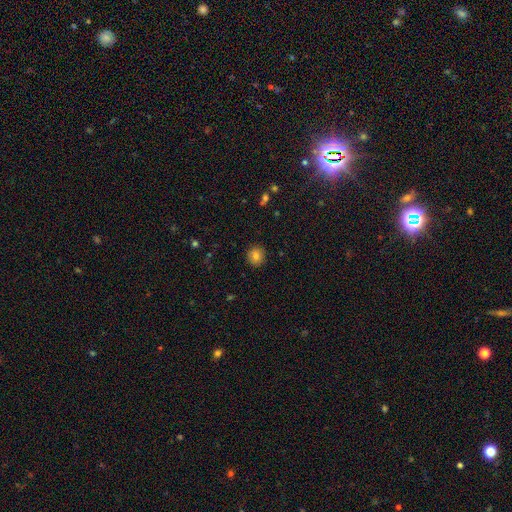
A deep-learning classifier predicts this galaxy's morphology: Smooth or featured: smooth — 81% (star or artifact — 11%)
How rounded: round — 89% (in between — 10%)
Merging: none — 91% (minor disturbance — 6%)